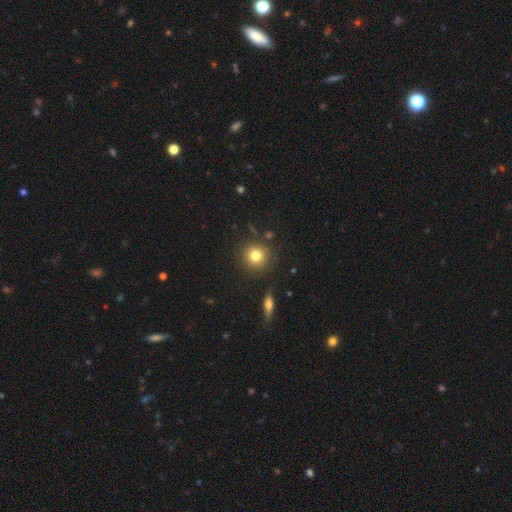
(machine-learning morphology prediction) Smooth or featured? Predicted: smooth (p=0.79). How rounded? Predicted: round (p=0.93). Merging? Predicted: none (p=0.86).